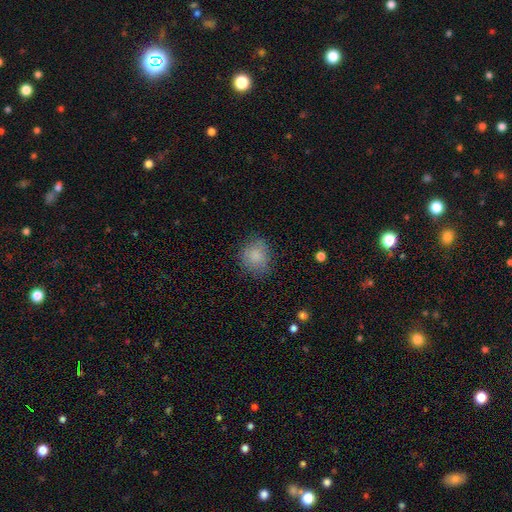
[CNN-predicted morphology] Smooth or featured? smooth (82%)
How rounded? round (72%)
Merging? none (75%)